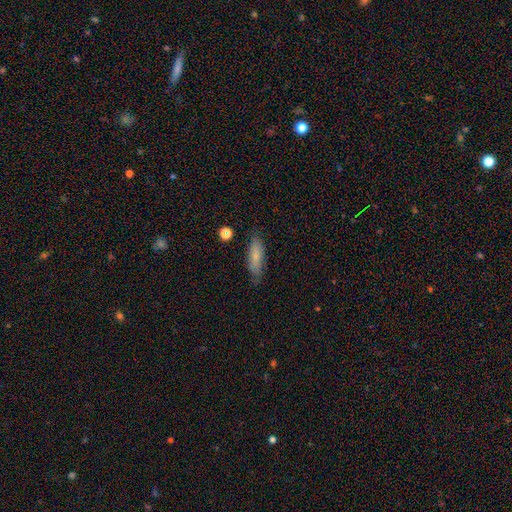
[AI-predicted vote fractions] Smooth or featured?
  - smooth: 73% *
  - featured or disk: 20%
  - star or artifact: 7%
How rounded?
  - in between: 50% *
  - cigar-shaped: 48%
  - round: 2%
Merging?
  - none: 76% *
  - minor disturbance: 18%
  - major disturbance: 4%
  - merger: 2%